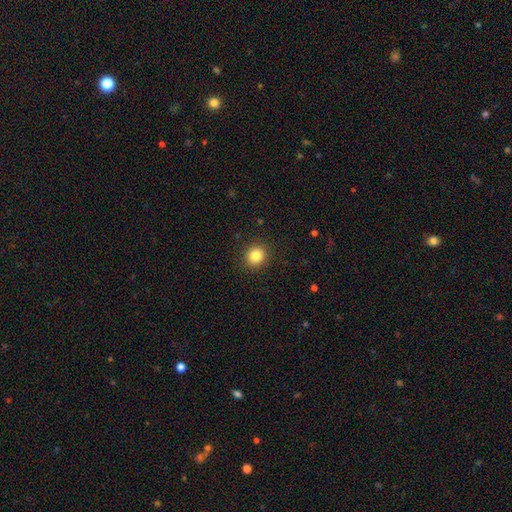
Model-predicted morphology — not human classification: Smooth or featured? smooth (83%)
How rounded? round (85%)
Merging? none (91%)